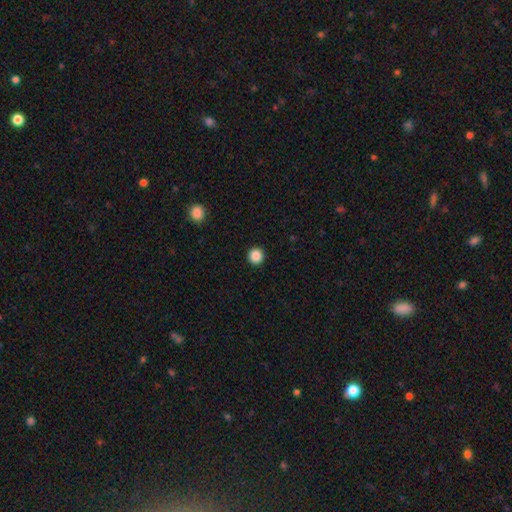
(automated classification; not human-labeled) The model was most divided on "smooth or featured": smooth: 87%, star or artifact: 10%, featured or disk: 3%. More confident: how rounded — round (95%); merging — none (94%).